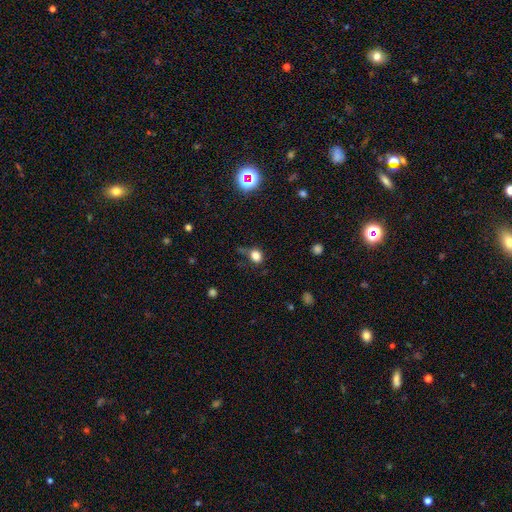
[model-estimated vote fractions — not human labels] smooth 80%, star or artifact 15%, featured or disk 6%. Down the decision tree: how rounded — round (60%); merging — none (64%).